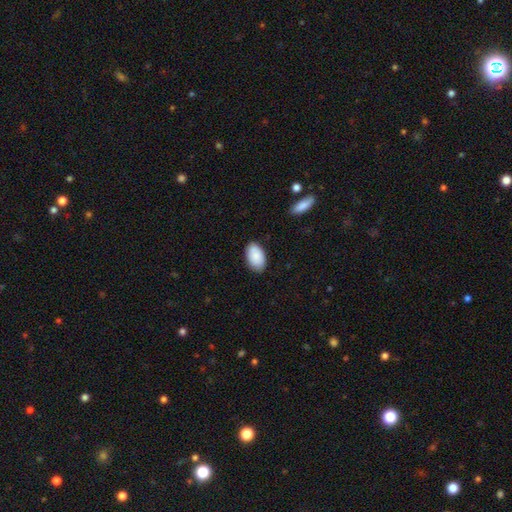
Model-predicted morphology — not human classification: A smooth galaxy with no disk features (89%) that is in between round and cigar-shaped (95%). Merging: none (85%).